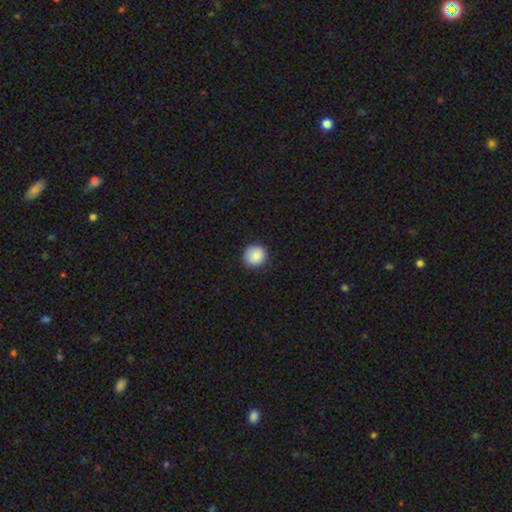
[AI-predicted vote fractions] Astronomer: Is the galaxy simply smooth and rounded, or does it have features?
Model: smooth — 84%.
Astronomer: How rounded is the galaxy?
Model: round — 93%.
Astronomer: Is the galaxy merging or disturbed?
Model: none — 90%.